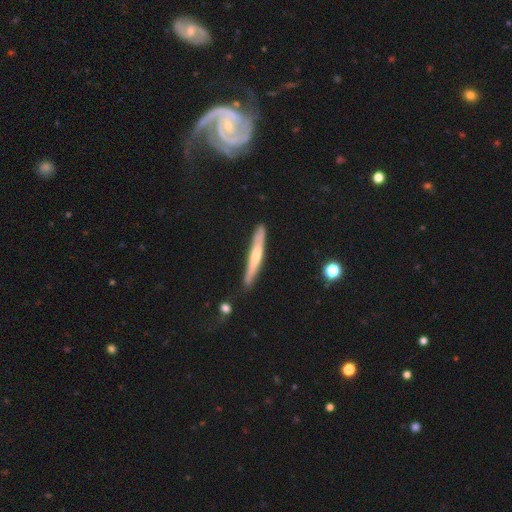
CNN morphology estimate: smooth_or_featured: featured or disk (p=0.49) [alt: smooth p=0.45]
merging: none (p=0.83) [alt: minor disturbance p=0.13]